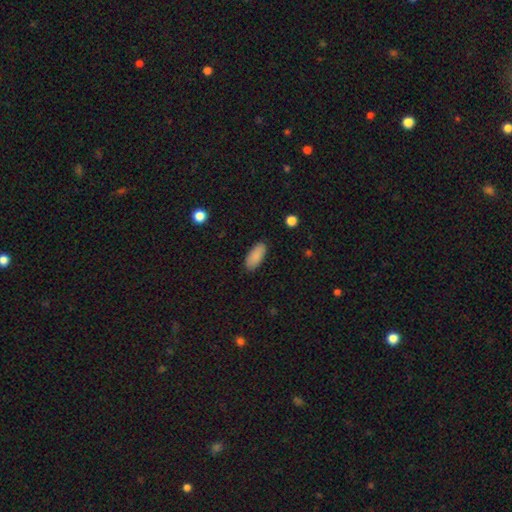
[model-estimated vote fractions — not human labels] This appears to be a smooth galaxy with no disk features (89%) that is in between round and cigar-shaped (87%). Merging: none (88%).